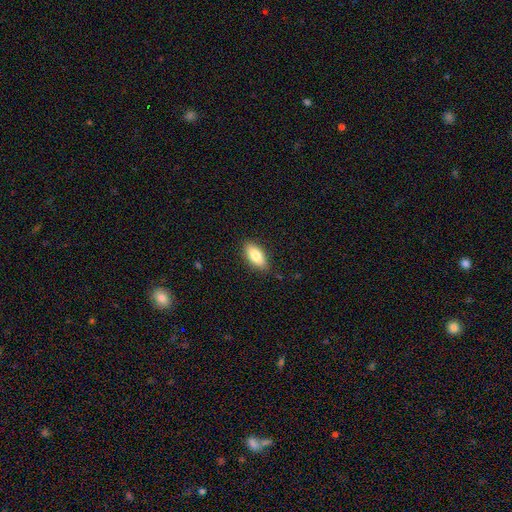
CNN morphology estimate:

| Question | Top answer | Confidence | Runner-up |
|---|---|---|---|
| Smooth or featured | smooth | 83% | featured or disk (11%) |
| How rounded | in between | 86% | cigar-shaped (12%) |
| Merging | none | 86% | minor disturbance (11%) |